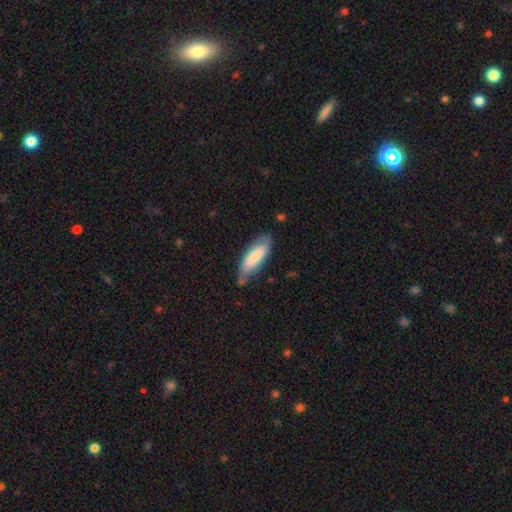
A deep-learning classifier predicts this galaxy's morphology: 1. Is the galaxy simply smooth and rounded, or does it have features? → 75% smooth, 19% featured or disk, 6% star or artifact.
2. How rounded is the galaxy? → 53% in between, 45% cigar-shaped, 1% round.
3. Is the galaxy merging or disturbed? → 67% none, 26% minor disturbance, 5% major disturbance, 3% merger.